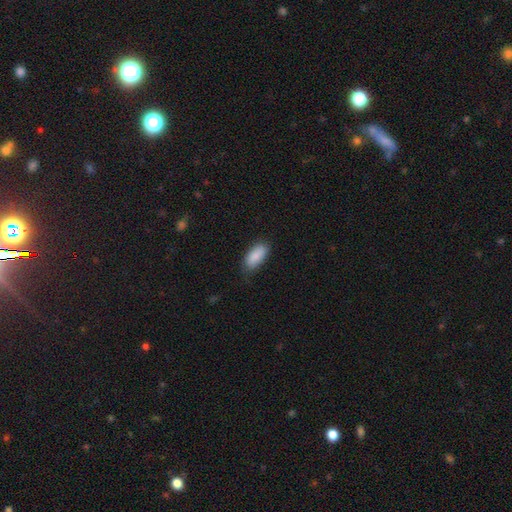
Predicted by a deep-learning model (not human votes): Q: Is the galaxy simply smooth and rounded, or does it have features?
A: smooth — 87%.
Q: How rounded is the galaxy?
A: in between — 88%.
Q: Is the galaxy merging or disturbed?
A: none — 79%.